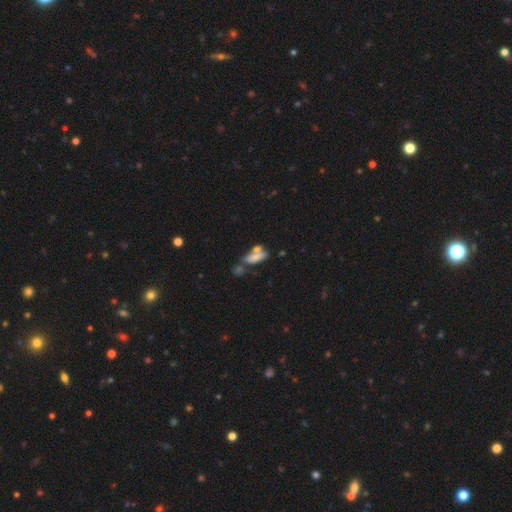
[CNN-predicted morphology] Smooth or featured? Predicted: smooth (p=0.68). How rounded? Predicted: in between (p=0.69). Merging? Predicted: merger (p=0.44).